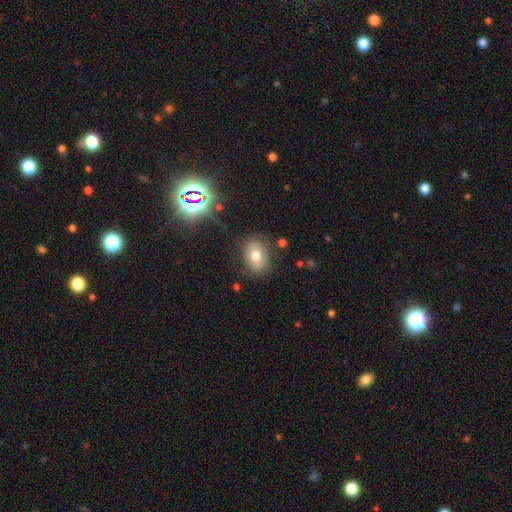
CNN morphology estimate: type=smooth (70%); roundness=in between (76%); merging=none (79%).